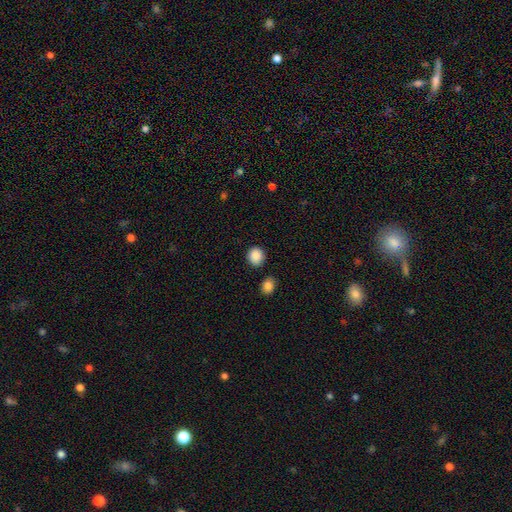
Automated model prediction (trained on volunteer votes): Smooth or featured? smooth (88%)
How rounded? round (81%)
Merging? none (85%)